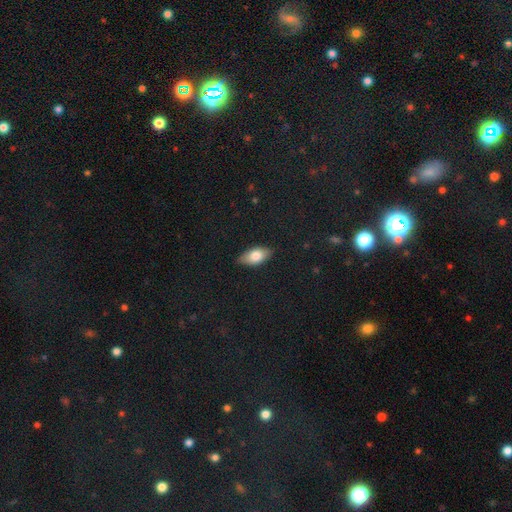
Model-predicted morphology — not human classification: smooth-or-featured: smooth: 77% | featured or disk: 16% | star or artifact: 7%
  how-rounded: in between: 91% | cigar-shaped: 5% | round: 4%
  merging: none: 82% | minor disturbance: 14% | major disturbance: 3% | merger: 1%